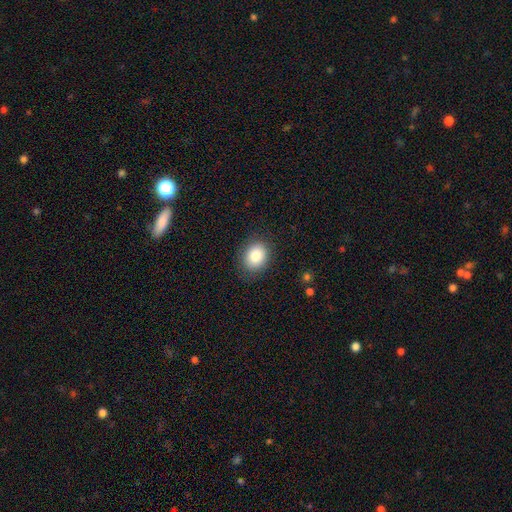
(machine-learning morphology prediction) Smooth or featured: smooth — 83% (star or artifact — 9%)
How rounded: round — 54% (in between — 45%)
Merging: none — 86% (minor disturbance — 10%)